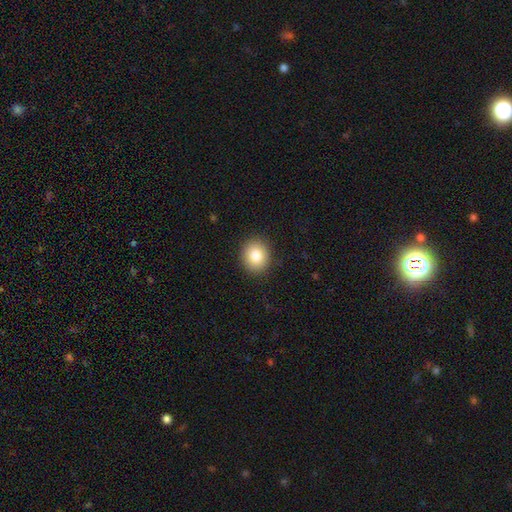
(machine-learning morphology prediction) A smooth galaxy with no disk features (84%) that is round (78%). Merging: none (90%).